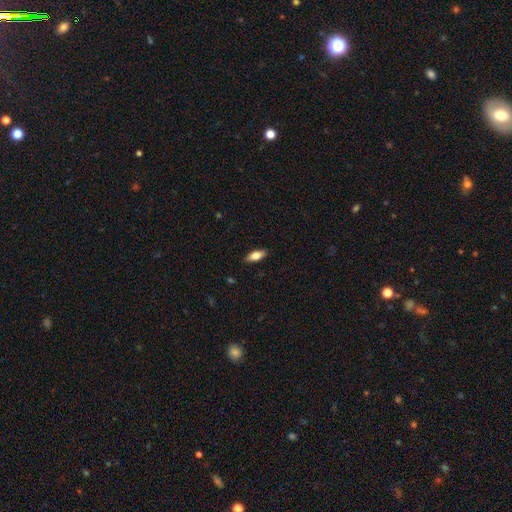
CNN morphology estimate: This is likely a smooth galaxy (73%). How rounded: likely in between (75%). Merging: clearly none (89%).